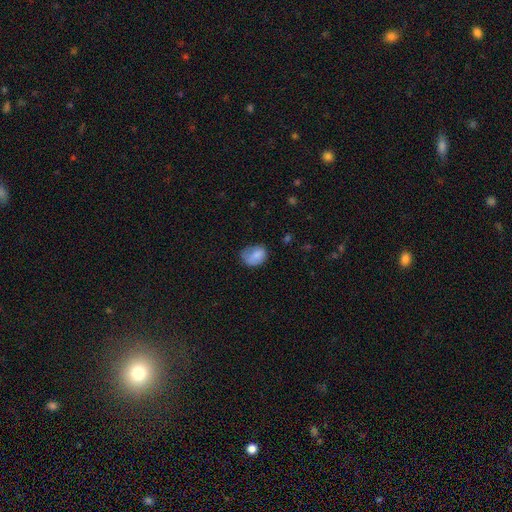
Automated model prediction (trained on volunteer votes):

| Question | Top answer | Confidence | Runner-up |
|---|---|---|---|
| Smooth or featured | smooth | 78% | featured or disk (14%) |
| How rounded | in between | 62% | round (36%) |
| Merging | none | 50% | minor disturbance (33%) |